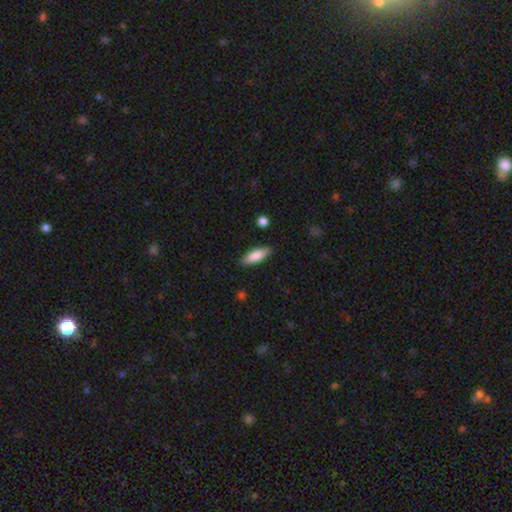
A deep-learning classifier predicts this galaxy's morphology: Smooth or featured? smooth (82%)
How rounded? in between (58%)
Merging? none (87%)